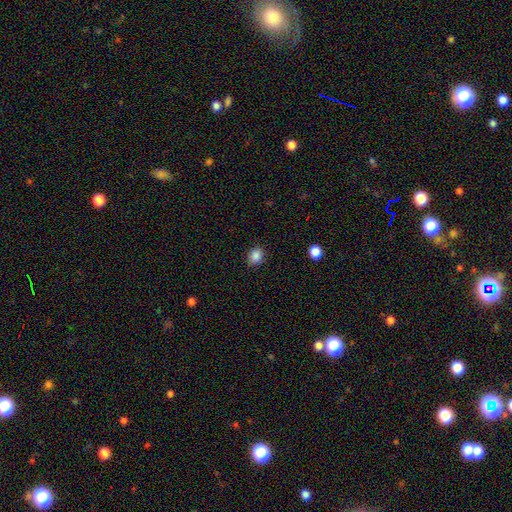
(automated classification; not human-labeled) smooth 86%, star or artifact 10%, featured or disk 4%. Down the decision tree: how rounded — round (58%); merging — none (86%).